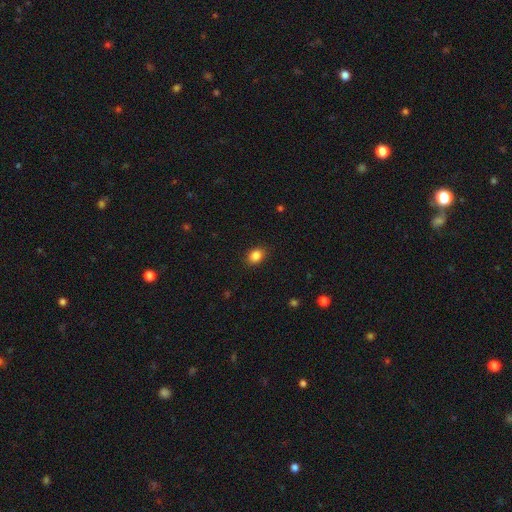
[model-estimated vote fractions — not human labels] Smooth or featured: smooth — 86% (star or artifact — 10%)
How rounded: in between — 62% (round — 37%)
Merging: none — 88% (minor disturbance — 8%)